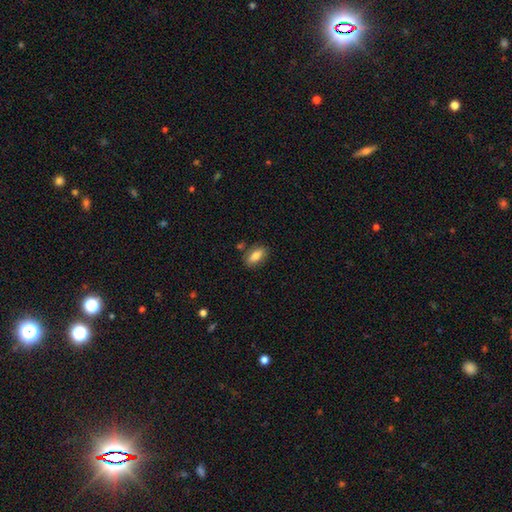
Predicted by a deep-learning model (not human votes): smooth 79%, featured or disk 14%, star or artifact 7%. Down the decision tree: how rounded — in between (82%); merging — none (79%).